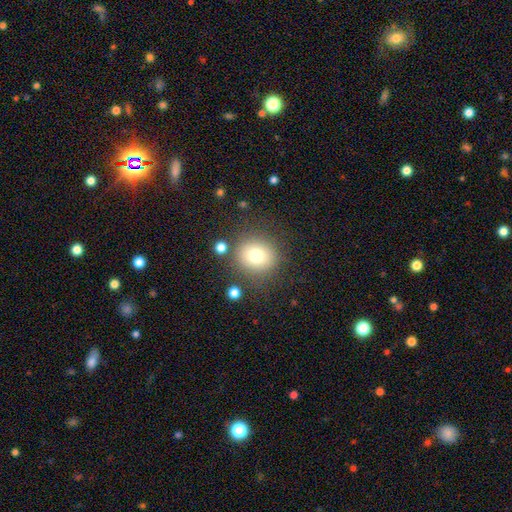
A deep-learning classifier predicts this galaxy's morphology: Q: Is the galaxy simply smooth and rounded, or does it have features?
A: smooth — 75%.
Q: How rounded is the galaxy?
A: round — 86%.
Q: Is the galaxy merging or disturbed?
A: none — 82%.